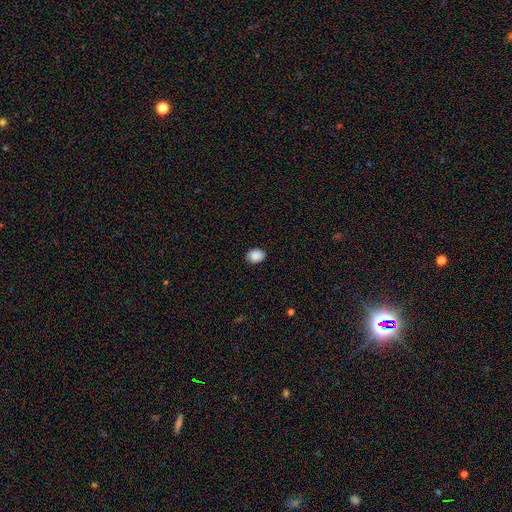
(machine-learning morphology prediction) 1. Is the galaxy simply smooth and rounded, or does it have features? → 88% smooth, 8% star or artifact, 3% featured or disk.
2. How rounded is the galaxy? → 53% in between, 46% round, 1% cigar-shaped.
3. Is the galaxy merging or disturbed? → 87% none, 10% minor disturbance, 2% major disturbance, 1% merger.